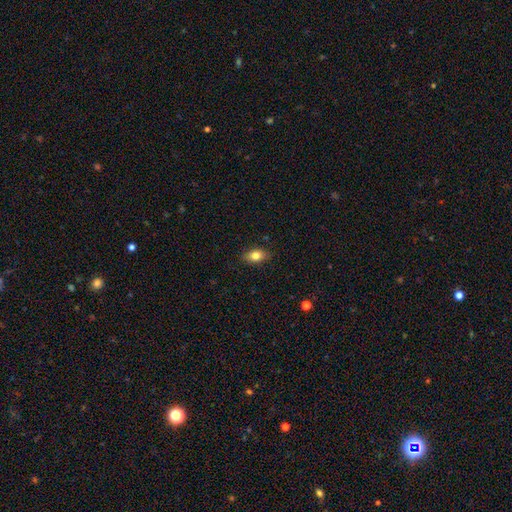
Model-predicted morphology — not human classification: This appears to be a smooth galaxy with no disk features (81%) that is in between round and cigar-shaped (86%). Merging: none (86%).